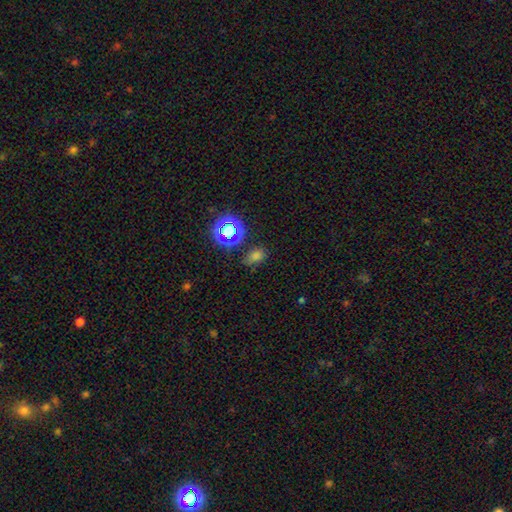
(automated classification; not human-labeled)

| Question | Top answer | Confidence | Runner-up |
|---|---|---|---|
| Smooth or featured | smooth | 53% | star or artifact (40%) |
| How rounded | in between | 63% | round (34%) |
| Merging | none | 75% | minor disturbance (14%) |